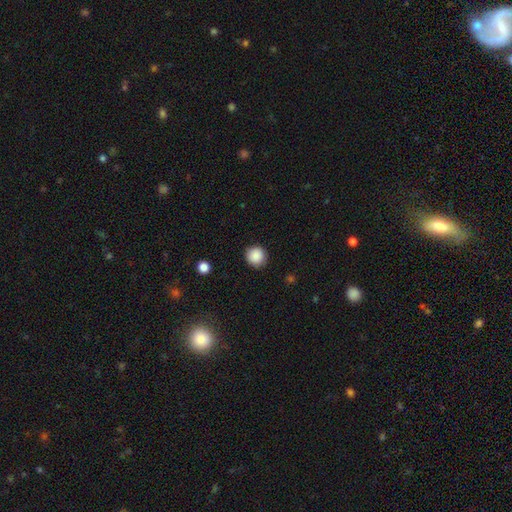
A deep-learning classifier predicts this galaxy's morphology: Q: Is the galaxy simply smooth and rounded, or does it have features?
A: smooth — 88%.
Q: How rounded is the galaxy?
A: round — 95%.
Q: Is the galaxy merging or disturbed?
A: none — 90%.